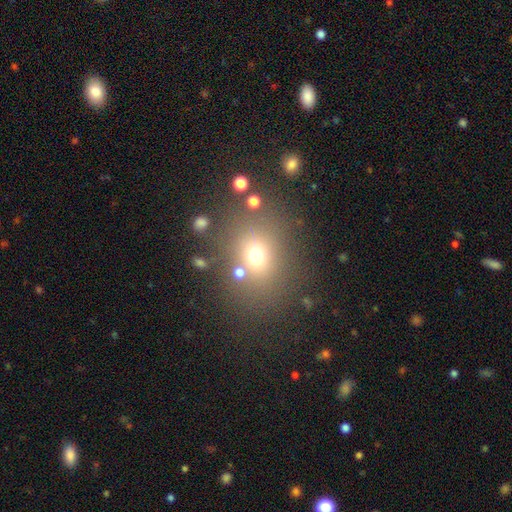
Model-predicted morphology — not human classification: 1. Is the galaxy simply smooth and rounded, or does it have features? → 67% smooth, 20% star or artifact, 13% featured or disk.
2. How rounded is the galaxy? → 57% round, 42% in between, 1% cigar-shaped.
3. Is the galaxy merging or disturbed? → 73% none, 12% minor disturbance, 8% merger, 7% major disturbance.